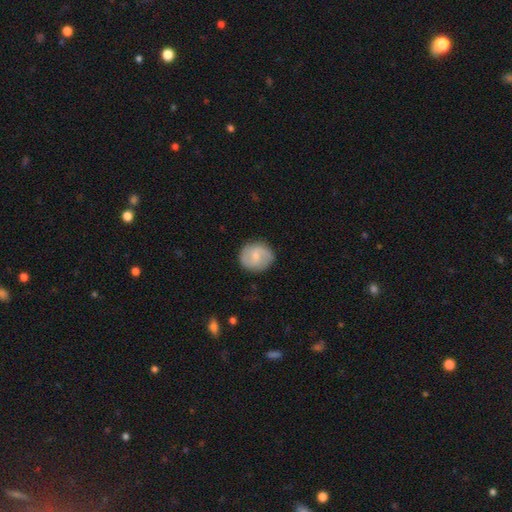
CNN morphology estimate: This is possibly a featured or disk galaxy (51%). It is clearly not viewed edge-on (98%). Merging: clearly none (83%).